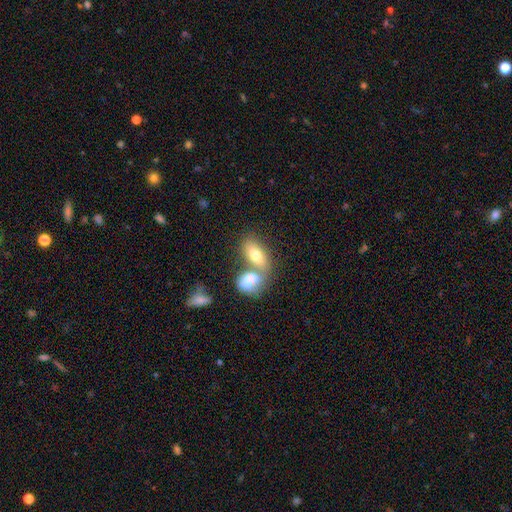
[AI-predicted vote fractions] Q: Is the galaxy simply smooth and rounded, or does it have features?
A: smooth — 72%.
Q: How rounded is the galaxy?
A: in between — 87%.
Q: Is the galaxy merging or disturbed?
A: merger — 58%.